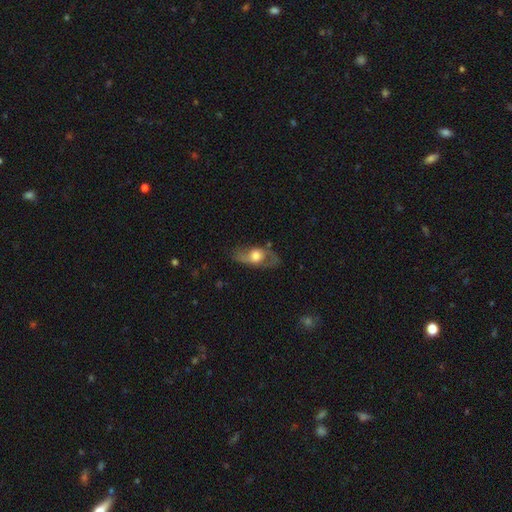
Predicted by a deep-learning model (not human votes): Smooth or featured: featured or disk — 58% (smooth — 35%)
Edge-on disk: no — 79% (yes — 21%)
Merging: none — 65% (minor disturbance — 20%)